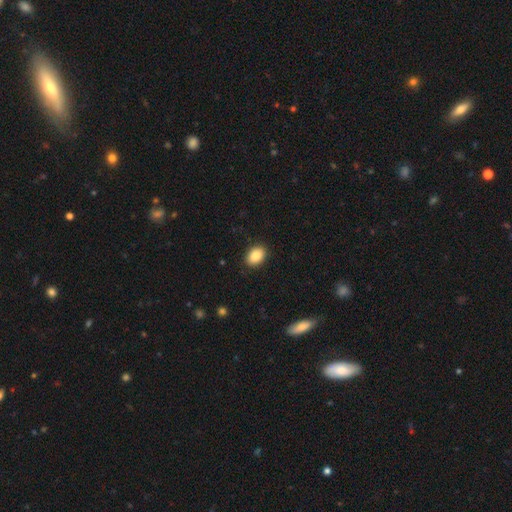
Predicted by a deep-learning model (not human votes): A smooth galaxy with no disk features (89%) that is in between round and cigar-shaped (81%).

Vote fractions:
- Smooth or featured? smooth: 89% / star or artifact: 7% / featured or disk: 4%
- How rounded? in between: 81% / round: 17% / cigar-shaped: 1%
- Merging? none: 89% / minor disturbance: 8% / major disturbance: 2% / merger: 1%